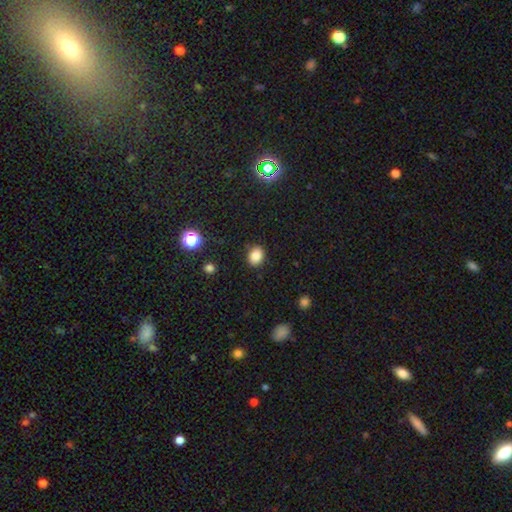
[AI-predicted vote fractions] Q: Smooth or featured?
A: smooth (85%); runner-up: star or artifact (11%)
Q: How rounded?
A: in between (54%); runner-up: round (45%)
Q: Merging?
A: none (85%); runner-up: minor disturbance (11%)